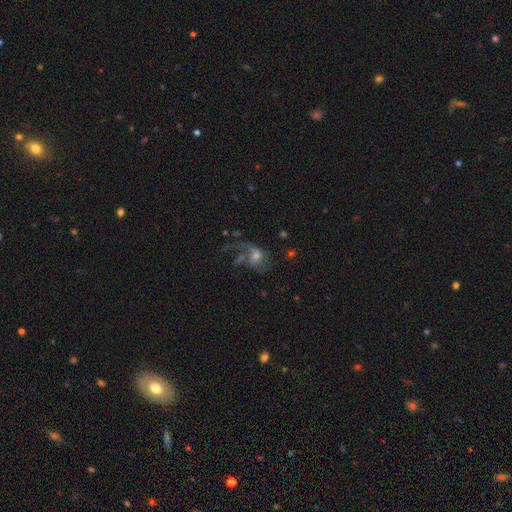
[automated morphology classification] Smooth or featured?
  - featured or disk: 65% *
  - smooth: 21%
  - star or artifact: 14%
Edge-on disk?
  - no: 97% *
  - yes: 3%
Bar?
  - no: 63% *
  - weak: 31%
  - strong: 6%
Spiral arms?
  - yes: 77% *
  - no: 23%
Bulge size?
  - moderate: 48% *
  - small: 37%
  - none: 7%
  - large: 7%
  - dominant: 2%
Merging?
  - major disturbance: 45% *
  - none: 30%
  - minor disturbance: 14%
  - merger: 12%